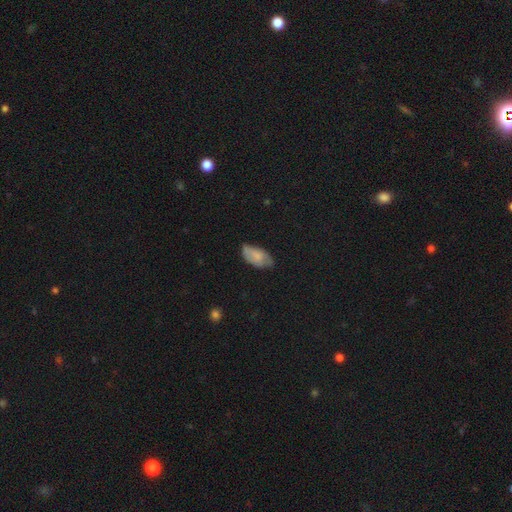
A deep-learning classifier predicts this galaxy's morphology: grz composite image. It shows a smooth galaxy with no disk features (74%) that is in between round and cigar-shaped (94%). Merging: none (56%).